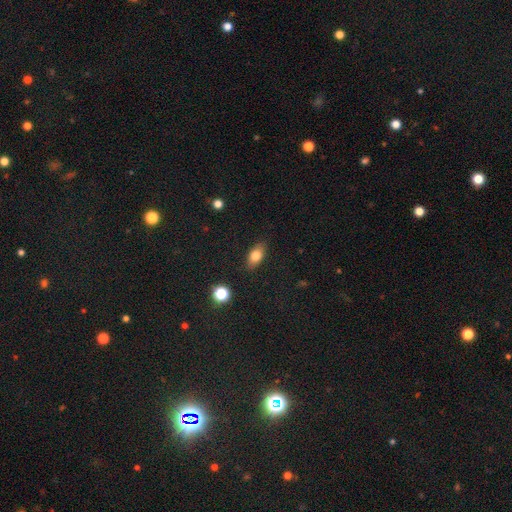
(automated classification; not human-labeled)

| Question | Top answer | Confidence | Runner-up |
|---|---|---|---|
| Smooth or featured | smooth | 77% | featured or disk (15%) |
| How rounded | in between | 83% | round (9%) |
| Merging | none | 86% | minor disturbance (10%) |